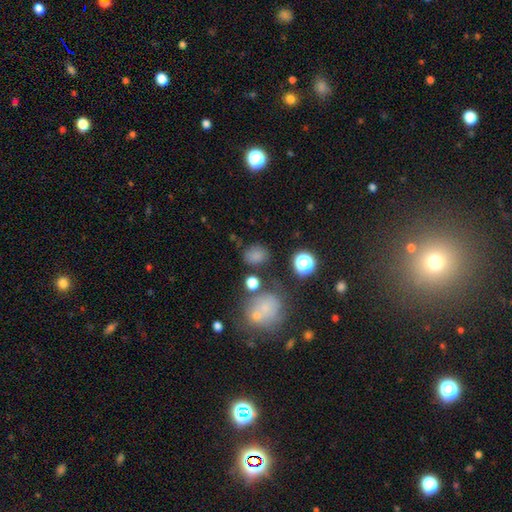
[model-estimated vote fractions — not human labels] The model was most divided on "how rounded": round: 50%, in between: 49%, cigar-shaped: 1%. More confident: smooth or featured — smooth (75%); merging — none (69%).